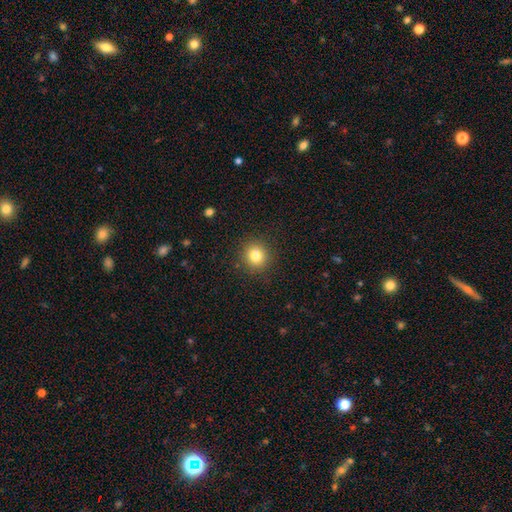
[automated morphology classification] Smooth or featured? smooth (81%)
How rounded? round (89%)
Merging? none (90%)